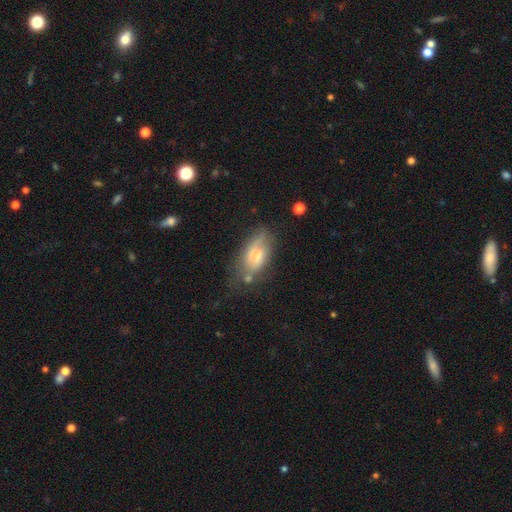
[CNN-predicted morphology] Smooth or featured?
  - smooth: 56% *
  - featured or disk: 36%
  - star or artifact: 8%
How rounded?
  - in between: 87% *
  - cigar-shaped: 8%
  - round: 5%
Merging?
  - none: 46% *
  - minor disturbance: 30%
  - major disturbance: 16%
  - merger: 8%